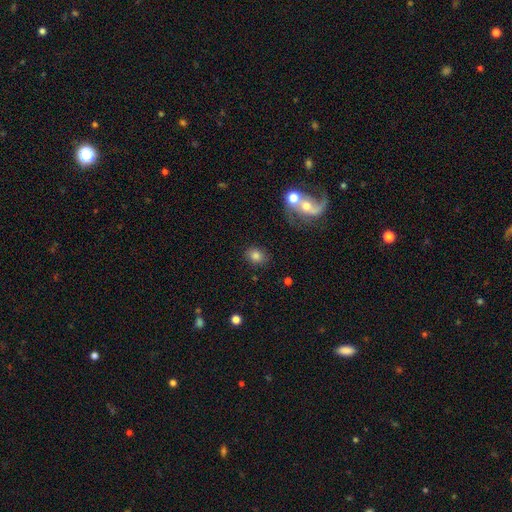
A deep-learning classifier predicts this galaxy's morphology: smooth 81%, star or artifact 11%, featured or disk 8%. Down the decision tree: how rounded — round (52%); merging — none (81%).